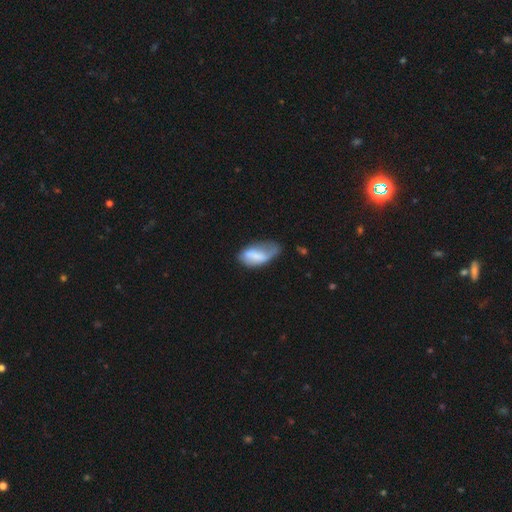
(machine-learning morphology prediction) smooth-or-featured: smooth: 66% | featured or disk: 27% | star or artifact: 7%
  how-rounded: in between: 91% | cigar-shaped: 6% | round: 3%
  merging: minor disturbance: 40% | none: 29% | major disturbance: 26% | merger: 4%